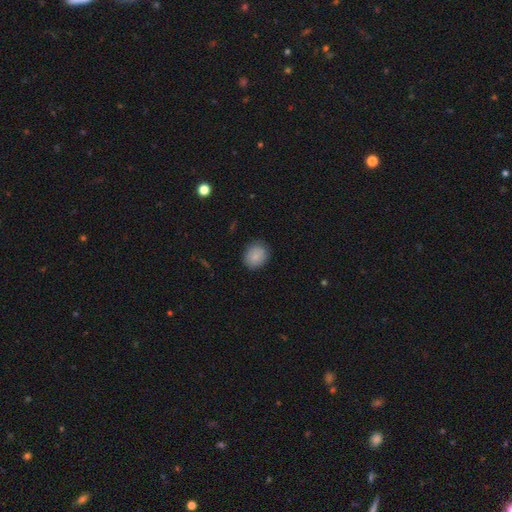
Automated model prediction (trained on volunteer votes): The model was most divided on "how rounded": round: 62%, in between: 37%, cigar-shaped: 1%. More confident: smooth or featured — smooth (85%); merging — none (84%).